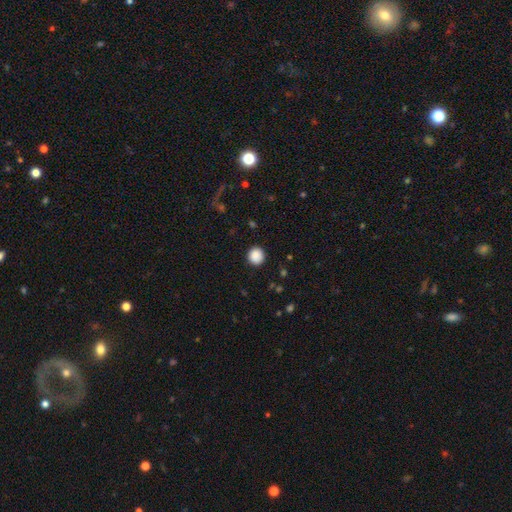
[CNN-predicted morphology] The model was most divided on "smooth or featured": smooth: 89%, star or artifact: 9%, featured or disk: 3%. More confident: how rounded — round (91%); merging — none (91%).